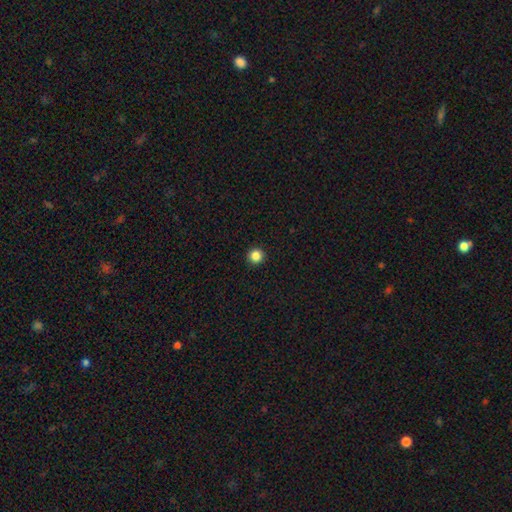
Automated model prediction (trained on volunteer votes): A smooth galaxy with no disk features (86%) that is round (96%).

Vote fractions:
- Smooth or featured? smooth: 86% / star or artifact: 11% / featured or disk: 3%
- How rounded? round: 96% / in between: 3% / cigar-shaped: 1%
- Merging? none: 94% / minor disturbance: 4% / major disturbance: 1% / merger: 1%